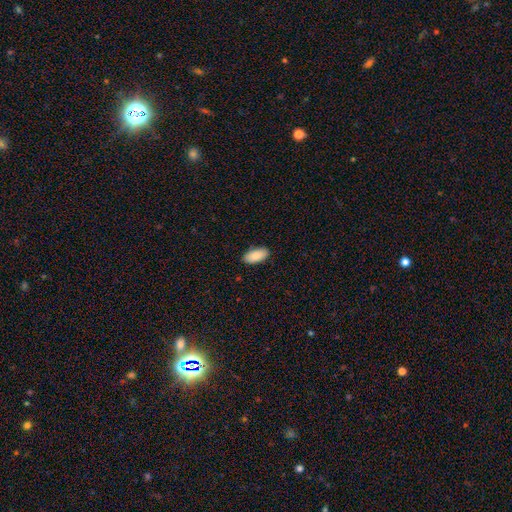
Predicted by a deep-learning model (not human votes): Smooth or featured? smooth (90%)
How rounded? in between (93%)
Merging? none (88%)